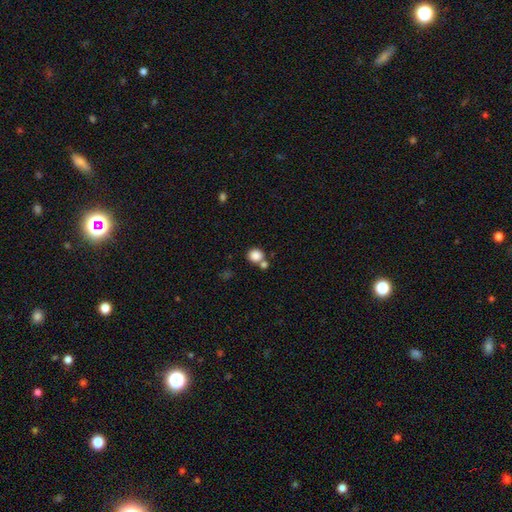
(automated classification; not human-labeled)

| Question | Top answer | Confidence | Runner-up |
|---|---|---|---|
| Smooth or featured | smooth | 85% | star or artifact (10%) |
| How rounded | round | 85% | in between (14%) |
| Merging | none | 60% | merger (28%) |